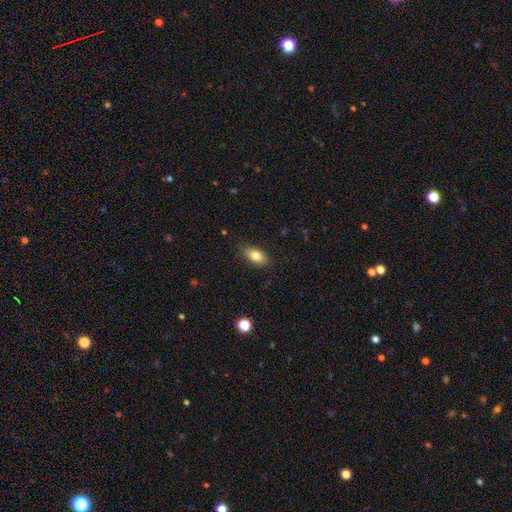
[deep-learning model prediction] Morphology: type=smooth (80%); roundness=in between (87%); merging=none (84%).